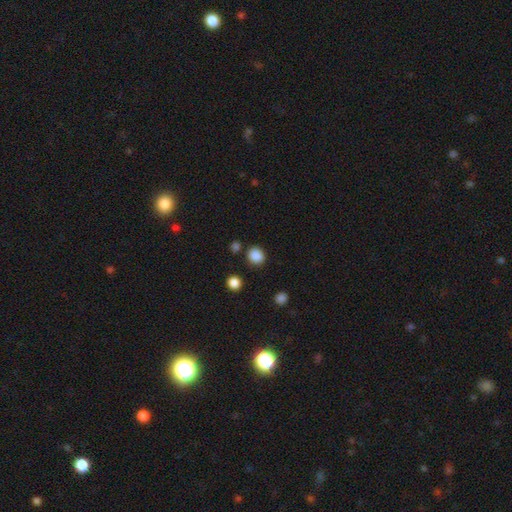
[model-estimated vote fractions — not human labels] Q: Smooth or featured?
A: smooth (86%); runner-up: star or artifact (11%)
Q: How rounded?
A: round (79%); runner-up: in between (20%)
Q: Merging?
A: none (83%); runner-up: minor disturbance (9%)